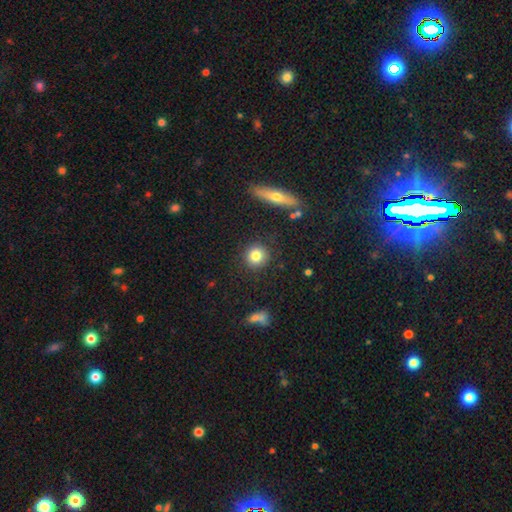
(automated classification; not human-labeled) A smooth galaxy with no disk features (81%) that is round (90%). Merging: none (88%).